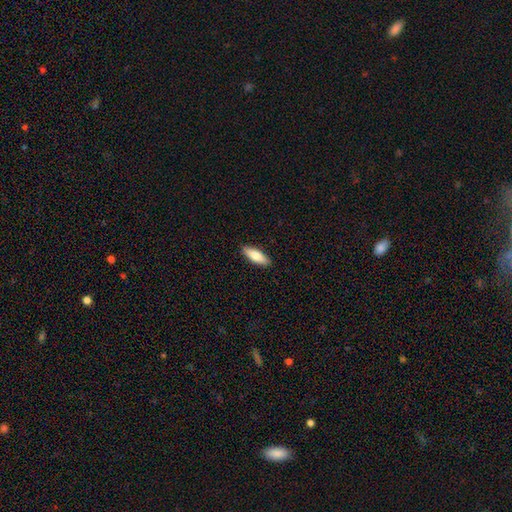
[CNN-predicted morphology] This is likely a smooth galaxy (77%). How rounded: possibly in between (58%). Merging: clearly none (90%).